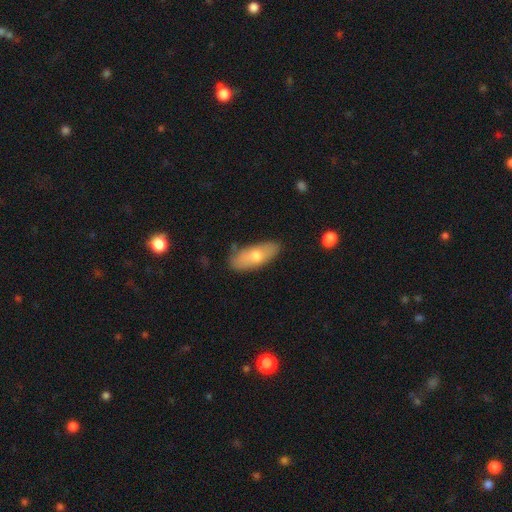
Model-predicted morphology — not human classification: Overall: smooth (65%; featured or disk 28%). How rounded: in between (78%). Merging: none (80%).